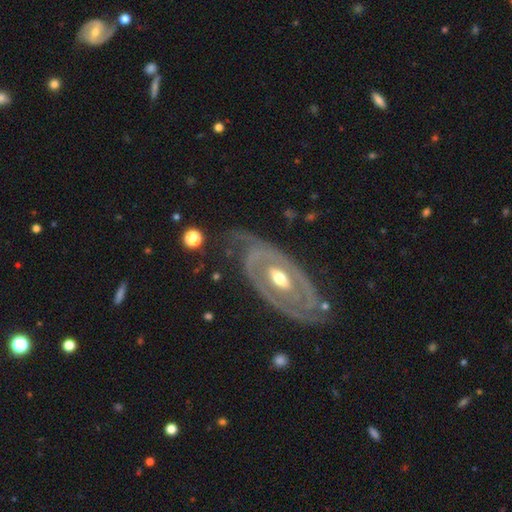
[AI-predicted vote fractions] A featured or disk galaxy (87%) with no bar (54%), 2 (53%) tight (64%) spiral arms (78%) and a moderate central bulge (72%).

Vote fractions:
- Smooth or featured? featured or disk: 87% / smooth: 9% / star or artifact: 4%
- Edge-on disk? no: 93% / yes: 7%
- Bar? no: 54% / weak: 30% / strong: 16%
- Spiral arms? yes: 78% / no: 22%
- Spiral winding? tight: 64% / medium: 26% / loose: 10%
- Spiral arm count? 2: 53% / can't tell: 24% / 1: 9% / 3: 7% / 4: 3% / more than 4: 3%
- Bulge size? moderate: 72% / small: 20% / large: 6% / dominant: 1% / none: 1%
- Merging? none: 68% / minor disturbance: 19% / major disturbance: 10% / merger: 2%